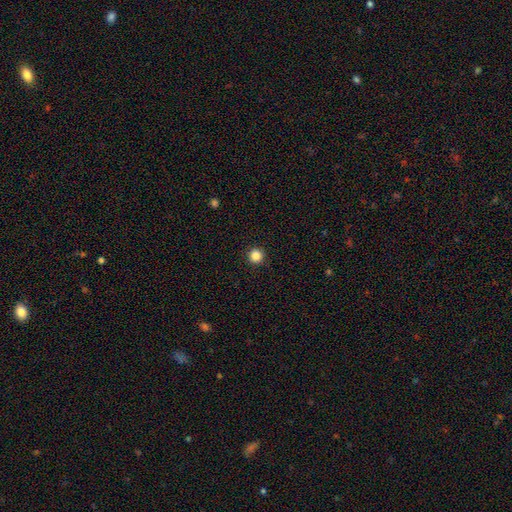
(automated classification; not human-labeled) smooth 86%, star or artifact 11%, featured or disk 3%. Down the decision tree: how rounded — round (96%); merging — none (93%).